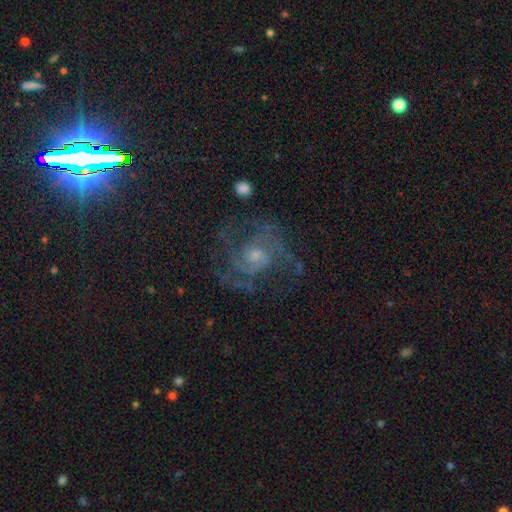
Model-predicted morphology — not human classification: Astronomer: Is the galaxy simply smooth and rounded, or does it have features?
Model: featured or disk — 73%.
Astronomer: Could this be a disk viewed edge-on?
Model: no — 97%.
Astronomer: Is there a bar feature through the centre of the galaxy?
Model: no — 64%.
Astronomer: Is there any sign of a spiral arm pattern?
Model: yes — 95%.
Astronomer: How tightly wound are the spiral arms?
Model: medium — 48% (runner-up: tight, 40%).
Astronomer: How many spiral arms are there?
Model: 2 — 29% (runner-up: 3, 25%).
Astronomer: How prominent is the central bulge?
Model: small — 52% (runner-up: moderate, 39%).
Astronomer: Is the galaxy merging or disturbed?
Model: none — 71%.